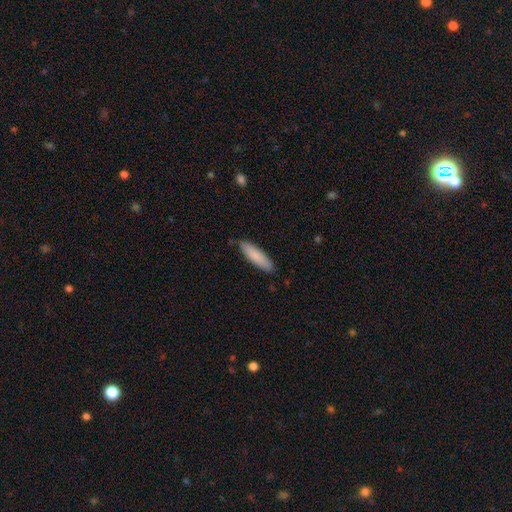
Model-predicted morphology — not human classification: type=smooth (85%); roundness=cigar-shaped (69%); merging=none (85%).